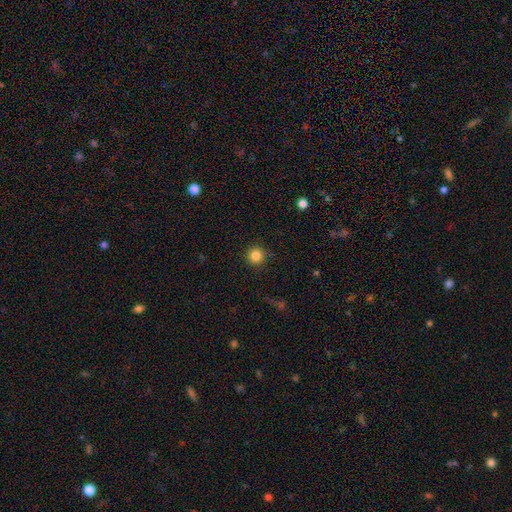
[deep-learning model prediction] Q: Smooth or featured?
A: smooth (84%); runner-up: star or artifact (12%)
Q: How rounded?
A: round (95%); runner-up: in between (4%)
Q: Merging?
A: none (90%); runner-up: minor disturbance (6%)